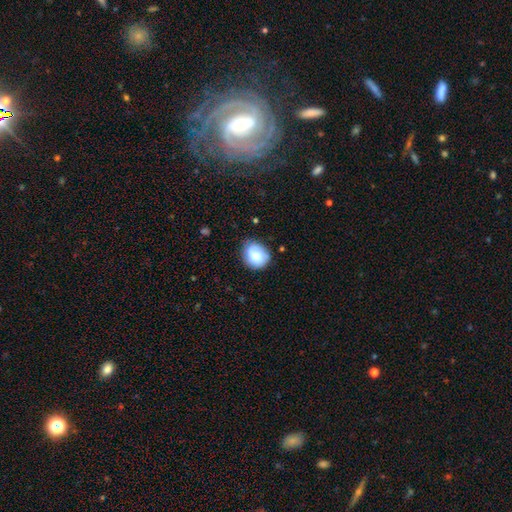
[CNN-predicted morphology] type=smooth (64%); roundness=round (70%); merging=none (73%).